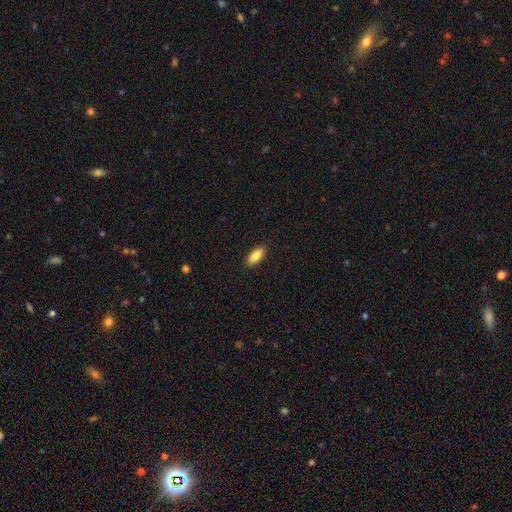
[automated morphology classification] Smooth or featured?
  - smooth: 83% *
  - featured or disk: 10%
  - star or artifact: 7%
How rounded?
  - in between: 88% *
  - cigar-shaped: 10%
  - round: 2%
Merging?
  - none: 89% *
  - minor disturbance: 8%
  - major disturbance: 2%
  - merger: 1%